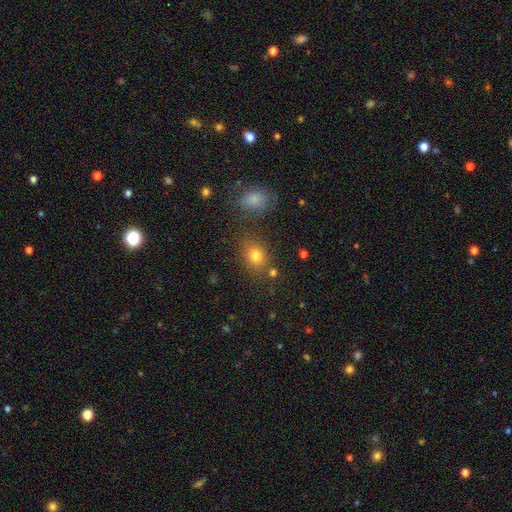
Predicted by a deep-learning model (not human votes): A smooth galaxy with no disk features (77%) that is round (51%).

Vote fractions:
- Smooth or featured? smooth: 77% / star or artifact: 15% / featured or disk: 9%
- How rounded? round: 51% / in between: 47% / cigar-shaped: 1%
- Merging? none: 72% / minor disturbance: 12% / merger: 11% / major disturbance: 5%